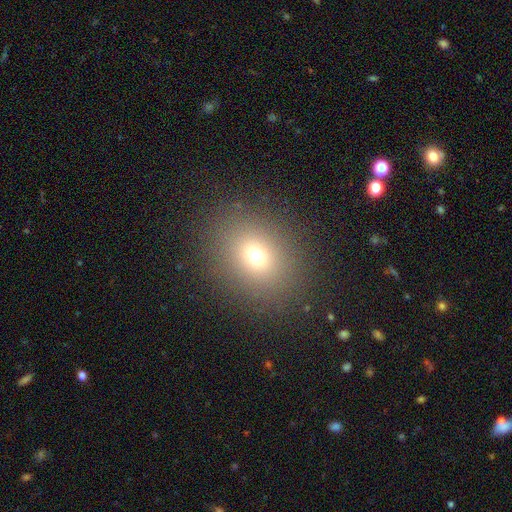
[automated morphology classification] Smooth or featured: smooth — 70% (star or artifact — 18%)
How rounded: round — 56% (in between — 43%)
Merging: none — 87% (minor disturbance — 7%)